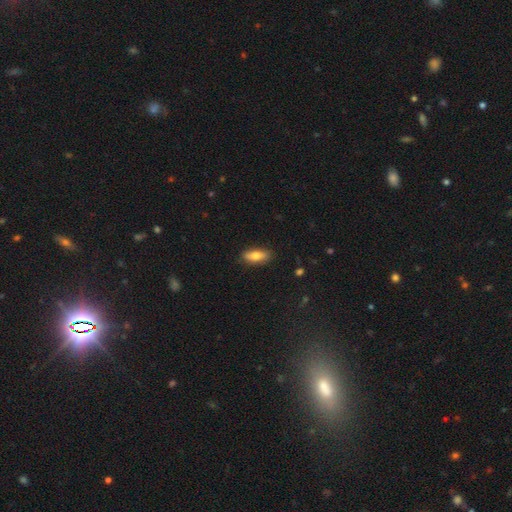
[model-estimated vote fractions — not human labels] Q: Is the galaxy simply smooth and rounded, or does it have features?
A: smooth — 72%.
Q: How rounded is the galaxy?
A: in between — 72%.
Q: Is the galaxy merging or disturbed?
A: none — 85%.